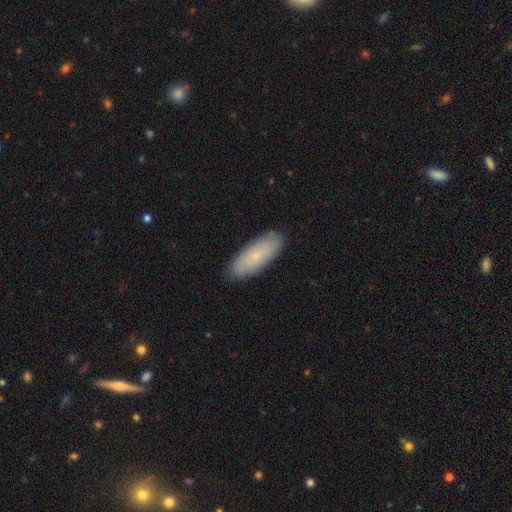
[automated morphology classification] smooth_or_featured: smooth (p=0.70) [alt: featured or disk p=0.23]
how_rounded: in between (p=0.66) [alt: cigar-shaped p=0.32]
merging: none (p=0.89) [alt: minor disturbance p=0.09]